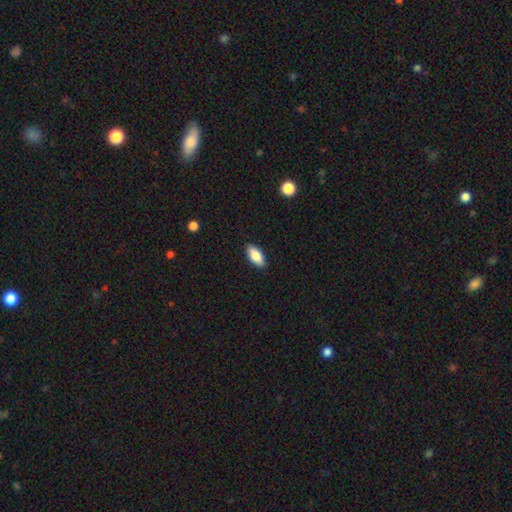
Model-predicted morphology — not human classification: Smooth or featured? Predicted: smooth (p=0.86). How rounded? Predicted: in between (p=0.88). Merging? Predicted: none (p=0.89).